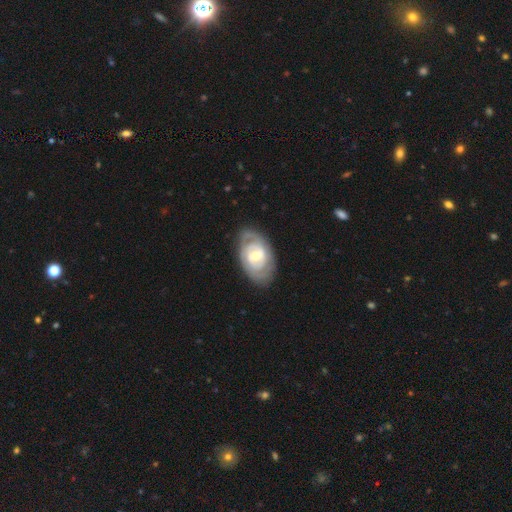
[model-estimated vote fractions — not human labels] Smooth or featured?
  - featured or disk: 79% *
  - smooth: 17%
  - star or artifact: 4%
Edge-on disk?
  - no: 95% *
  - yes: 5%
Bar?
  - no: 44% *
  - weak: 42%
  - strong: 15%
Spiral arms?
  - yes: 80% *
  - no: 20%
Spiral winding?
  - tight: 69% *
  - medium: 24%
  - loose: 7%
Spiral arm count?
  - 2: 49% *
  - can't tell: 33%
  - 3: 9%
  - 1: 4%
  - 4: 3%
  - more than 4: 2%
Bulge size?
  - moderate: 66% *
  - small: 27%
  - large: 6%
  - none: 1%
  - dominant: 1%
Merging?
  - none: 78% *
  - minor disturbance: 15%
  - major disturbance: 5%
  - merger: 1%